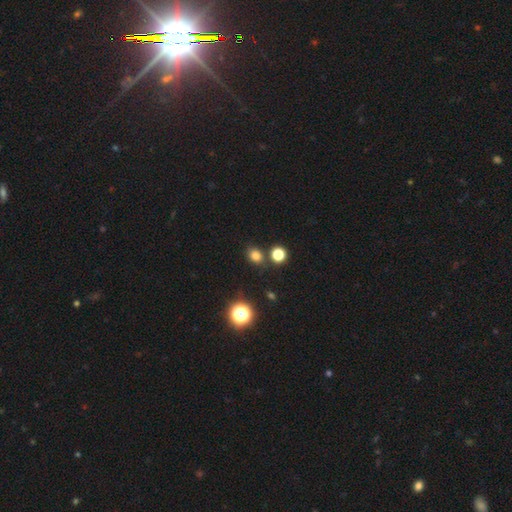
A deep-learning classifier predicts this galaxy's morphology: Smooth or featured? Predicted: smooth (p=0.78). How rounded? Predicted: round (p=0.61). Merging? Predicted: none (p=0.79).